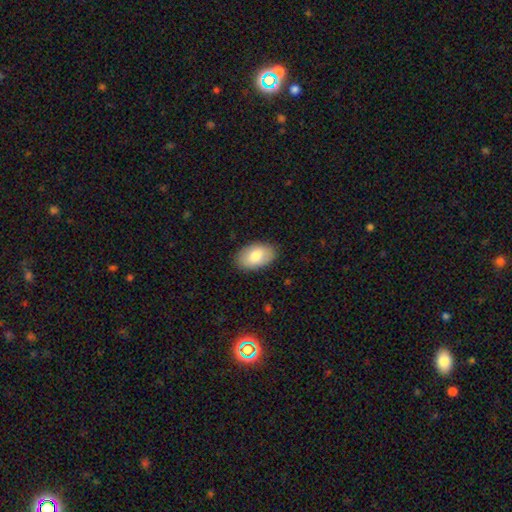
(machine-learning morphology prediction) Q: Smooth or featured?
A: smooth (79%); runner-up: featured or disk (15%)
Q: How rounded?
A: in between (93%); runner-up: round (6%)
Q: Merging?
A: none (87%); runner-up: minor disturbance (10%)